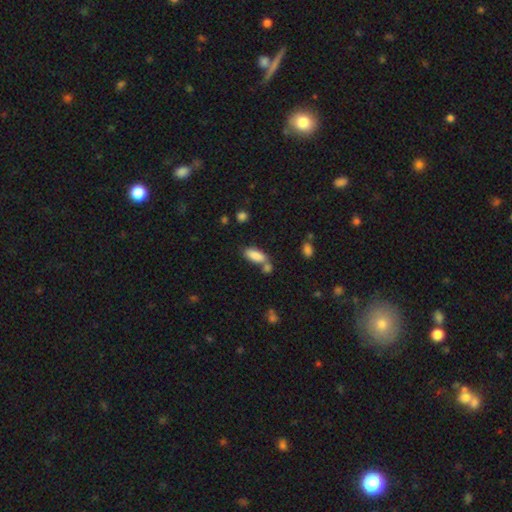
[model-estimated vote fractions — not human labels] smooth-or-featured: smooth: 86% | star or artifact: 8% | featured or disk: 6%
  how-rounded: in between: 79% | cigar-shaped: 19% | round: 2%
  merging: none: 52% | merger: 31% | minor disturbance: 13% | major disturbance: 4%